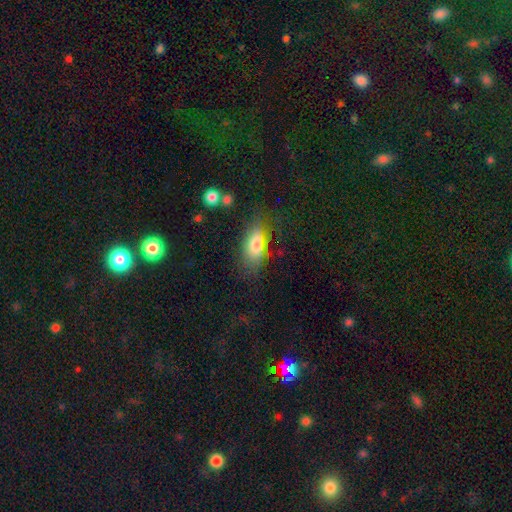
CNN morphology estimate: Q: Smooth or featured?
A: smooth (70%); runner-up: star or artifact (17%)
Q: How rounded?
A: in between (79%); runner-up: cigar-shaped (14%)
Q: Merging?
A: none (79%); runner-up: minor disturbance (13%)